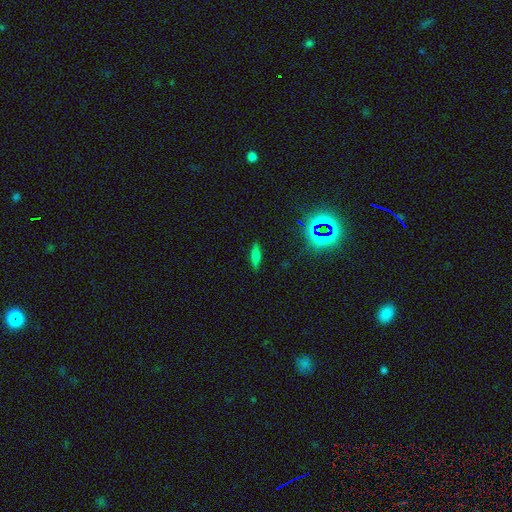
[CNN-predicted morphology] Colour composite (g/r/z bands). It shows a smooth galaxy with no disk features (64%) that is cigar-shaped (58%). Merging: none (85%).